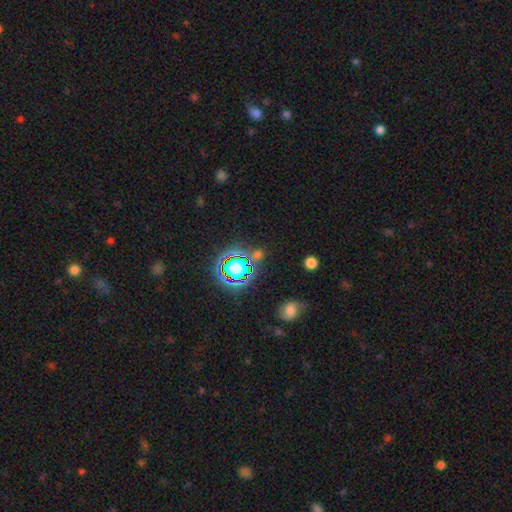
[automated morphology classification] Overall: star or artifact (64%; smooth 25%).